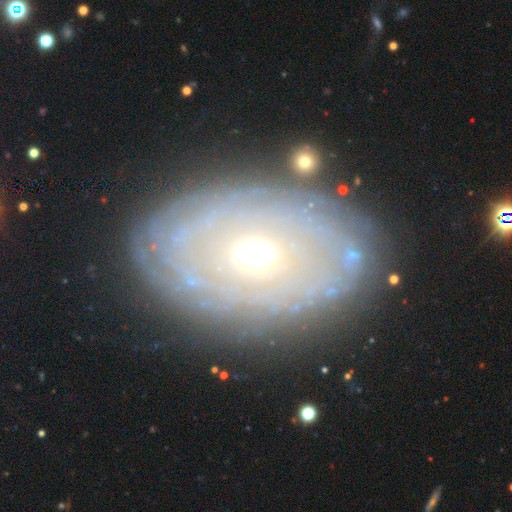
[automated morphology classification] Q: Smooth or featured?
A: featured or disk (73%); runner-up: smooth (18%)
Q: Edge-on disk?
A: no (94%); runner-up: yes (6%)
Q: Bar?
A: no (74%); runner-up: weak (19%)
Q: Spiral arms?
A: yes (75%); runner-up: no (25%)
Q: Spiral winding?
A: tight (84%); runner-up: medium (11%)
Q: Spiral arm count?
A: can't tell (55%); runner-up: more than 4 (15%)
Q: Bulge size?
A: moderate (62%); runner-up: small (32%)
Q: Merging?
A: none (82%); runner-up: minor disturbance (12%)